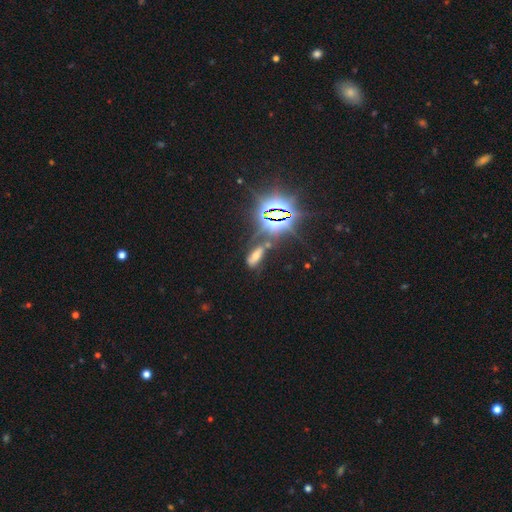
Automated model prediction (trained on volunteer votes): Smooth or featured? star or artifact (44%)